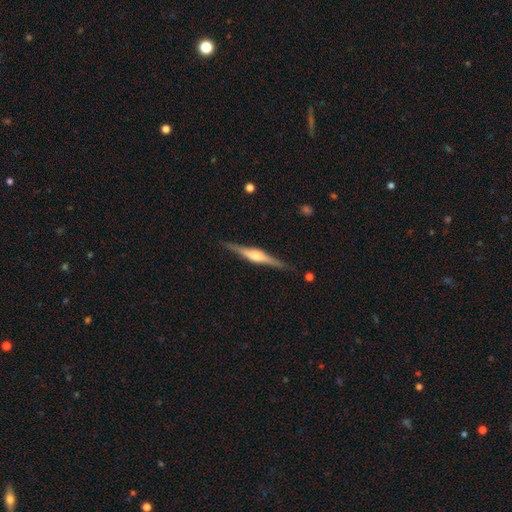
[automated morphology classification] A featured or disk galaxy (76%) viewed edge-on (98%) with a rounded central bulge (83%).

Vote fractions:
- Smooth or featured? featured or disk: 76% / smooth: 18% / star or artifact: 5%
- Edge-on disk? yes: 98% / no: 2%
- Edge-on bulge? rounded: 83% / boxy: 13% / none: 4%
- Merging? none: 88% / minor disturbance: 9% / major disturbance: 2% / merger: 1%